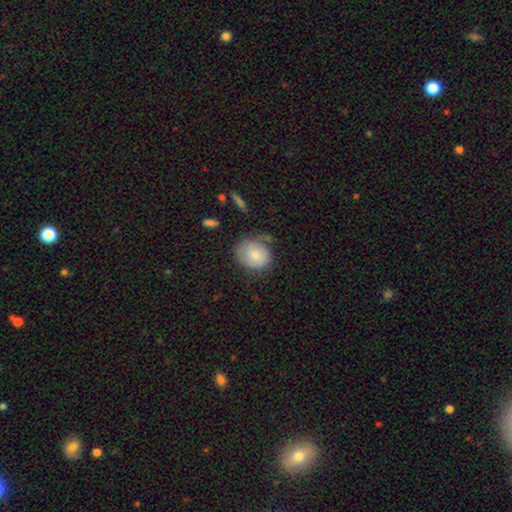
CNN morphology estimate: This is possibly a smooth galaxy (59%). How rounded: likely round (66%). Merging: likely none (63%).